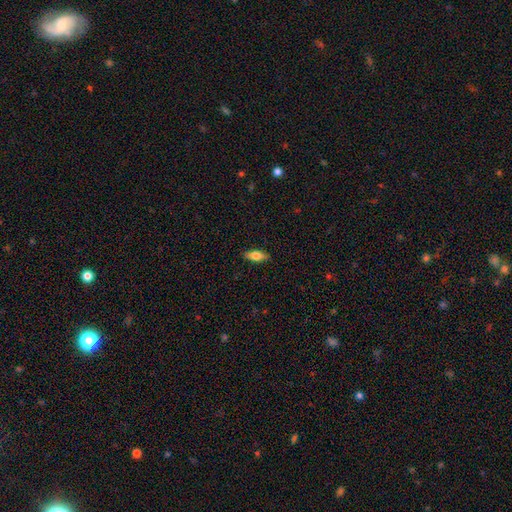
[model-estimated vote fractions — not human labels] smooth_or_featured: smooth (p=0.70) [alt: featured or disk p=0.24]
how_rounded: in between (p=0.75) [alt: cigar-shaped p=0.22]
merging: none (p=0.88) [alt: minor disturbance p=0.09]